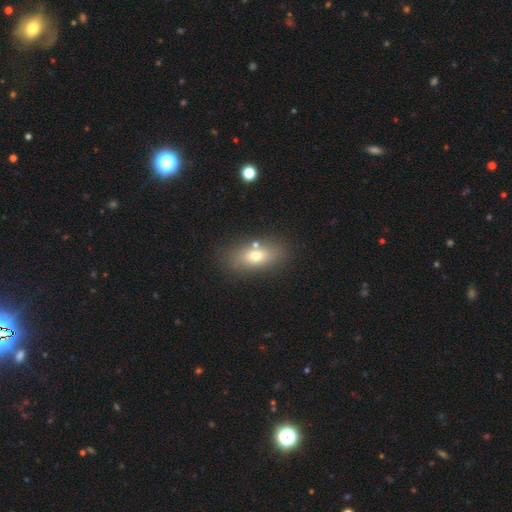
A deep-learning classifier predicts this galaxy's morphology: smooth 70%, featured or disk 19%, star or artifact 10%. Down the decision tree: how rounded — in between (81%); merging — none (76%).